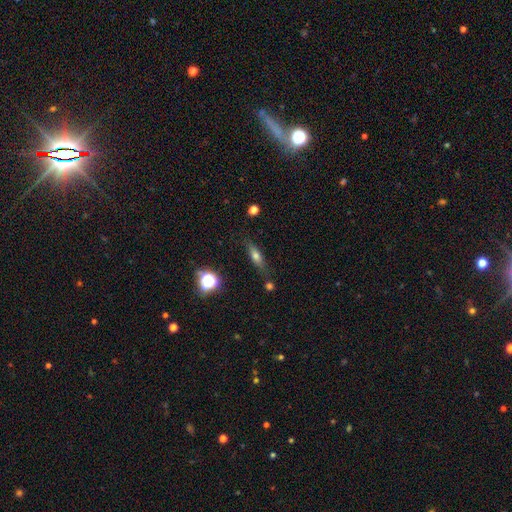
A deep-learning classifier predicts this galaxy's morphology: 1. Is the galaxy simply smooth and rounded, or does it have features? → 59% smooth, 29% featured or disk, 12% star or artifact.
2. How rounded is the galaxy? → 52% cigar-shaped, 42% in between, 7% round.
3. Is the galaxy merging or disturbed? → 76% none, 15% minor disturbance, 4% major disturbance, 4% merger.